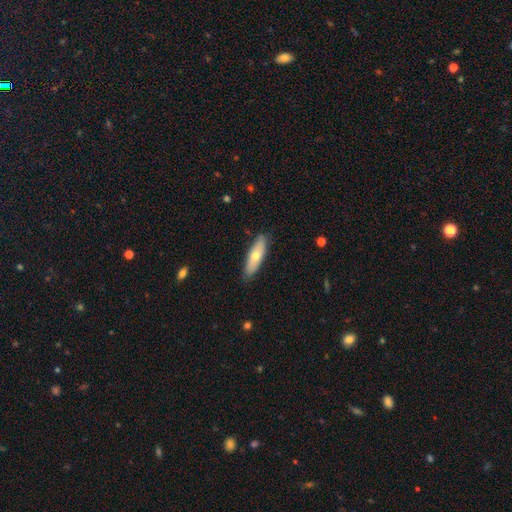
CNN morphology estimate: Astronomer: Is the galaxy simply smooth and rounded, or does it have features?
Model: smooth — 61%.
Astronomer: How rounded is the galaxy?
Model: in between — 49%, tied with cigar-shaped at 49%.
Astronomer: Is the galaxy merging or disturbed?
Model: none — 85%.